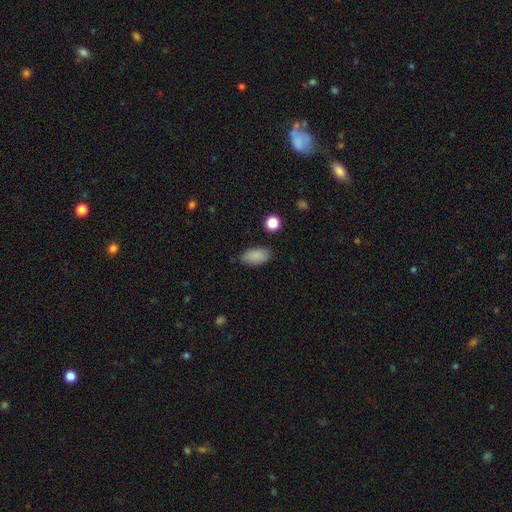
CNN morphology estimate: A smooth galaxy with no disk features (87%) that is in between round and cigar-shaped (92%). Merging: none (83%).